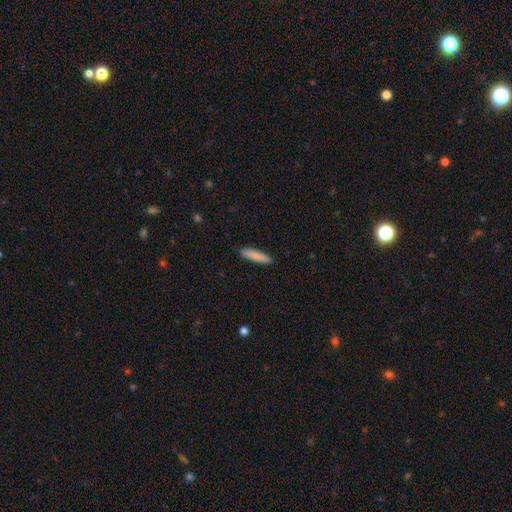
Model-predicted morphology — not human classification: This is clearly a smooth galaxy (85%). How rounded: clearly cigar-shaped (82%). Merging: clearly none (89%).